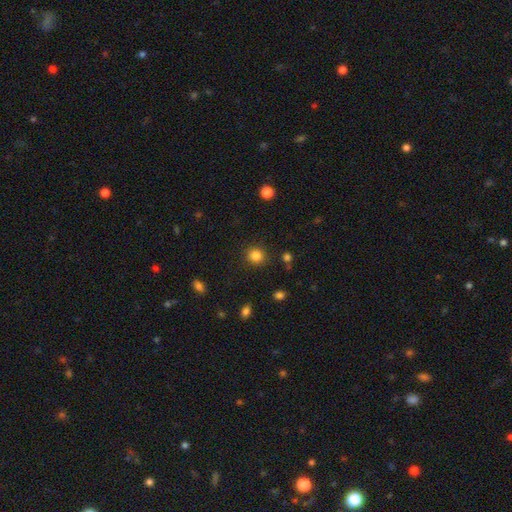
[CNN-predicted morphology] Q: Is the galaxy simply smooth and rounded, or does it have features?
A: smooth — 84%.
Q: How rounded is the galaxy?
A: round — 87%.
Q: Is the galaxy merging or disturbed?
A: none — 89%.